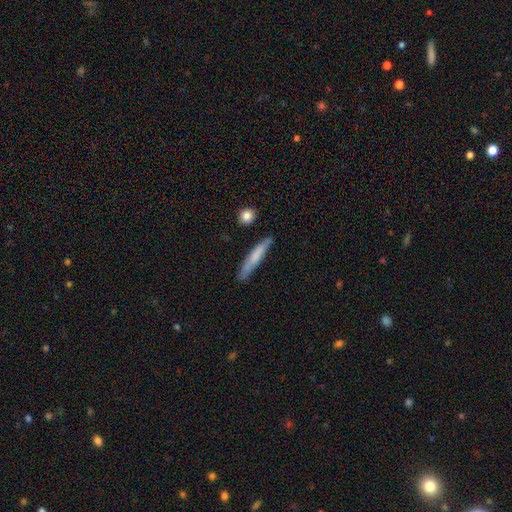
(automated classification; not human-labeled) smooth 65%, featured or disk 29%, star or artifact 6%. Down the decision tree: how rounded — cigar-shaped (92%); merging — none (79%).